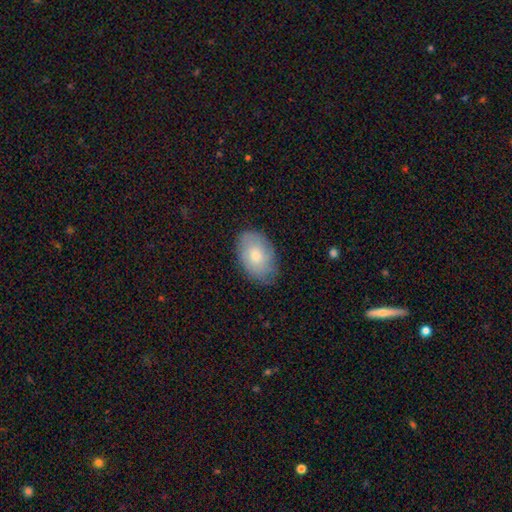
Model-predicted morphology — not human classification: This appears to be a smooth galaxy with no disk features (69%) that is in between round and cigar-shaped (89%). Merging: none (78%).